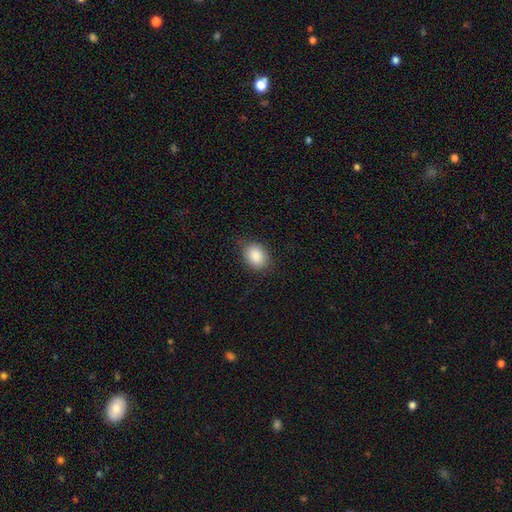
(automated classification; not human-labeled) smooth-or-featured: smooth: 89% | star or artifact: 7% | featured or disk: 4%
  how-rounded: in between: 67% | round: 32% | cigar-shaped: 1%
  merging: none: 82% | minor disturbance: 14% | major disturbance: 3% | merger: 1%